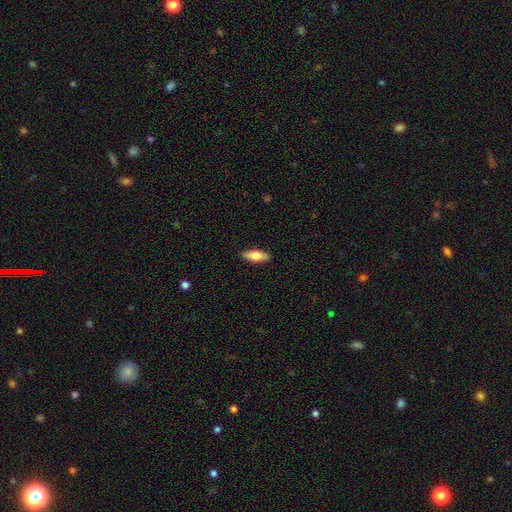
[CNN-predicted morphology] Q: Smooth or featured?
A: smooth (69%); runner-up: featured or disk (25%)
Q: How rounded?
A: in between (71%); runner-up: cigar-shaped (27%)
Q: Merging?
A: none (89%); runner-up: minor disturbance (8%)